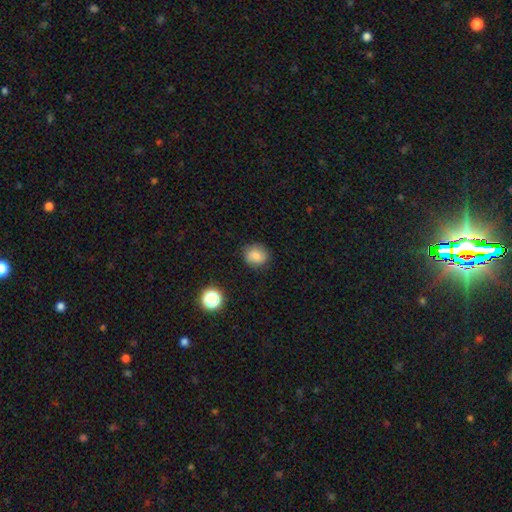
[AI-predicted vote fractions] A smooth galaxy with no disk features (80%) that is round (75%). Merging: none (82%).